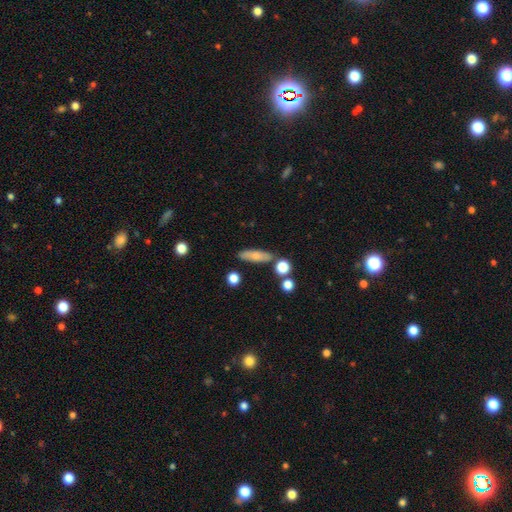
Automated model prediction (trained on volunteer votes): This appears to be a smooth galaxy with no disk features (73%) that is cigar-shaped (55%). Merging: none (78%).